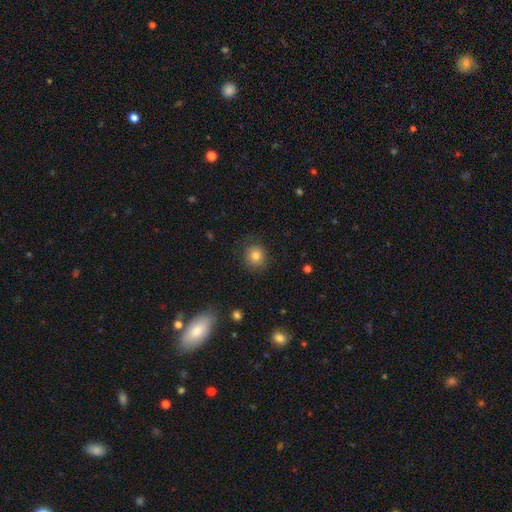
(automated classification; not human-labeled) Smooth or featured? smooth (81%)
How rounded? round (88%)
Merging? none (82%)